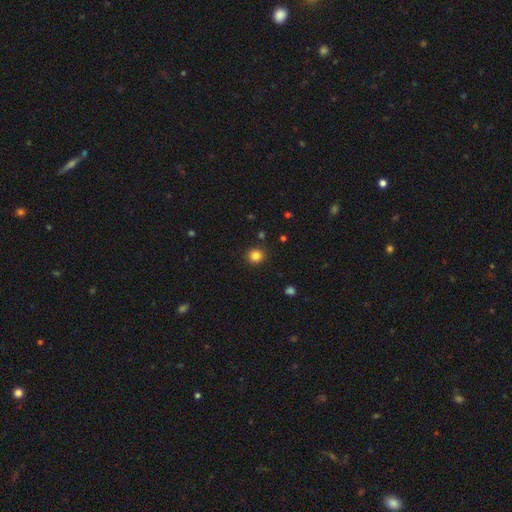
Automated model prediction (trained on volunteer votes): Smooth or featured? Predicted: smooth (p=0.83). How rounded? Predicted: round (p=0.89). Merging? Predicted: none (p=0.91).